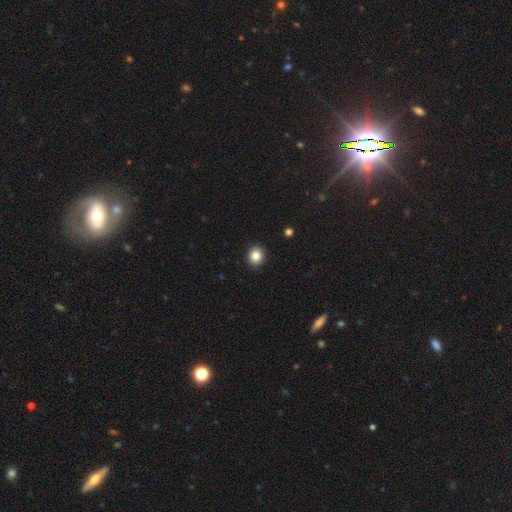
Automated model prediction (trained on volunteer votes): Smooth or featured?
  - smooth: 85% *
  - star or artifact: 10%
  - featured or disk: 5%
How rounded?
  - round: 76% *
  - in between: 23%
  - cigar-shaped: 1%
Merging?
  - none: 92% *
  - minor disturbance: 6%
  - major disturbance: 2%
  - merger: 1%